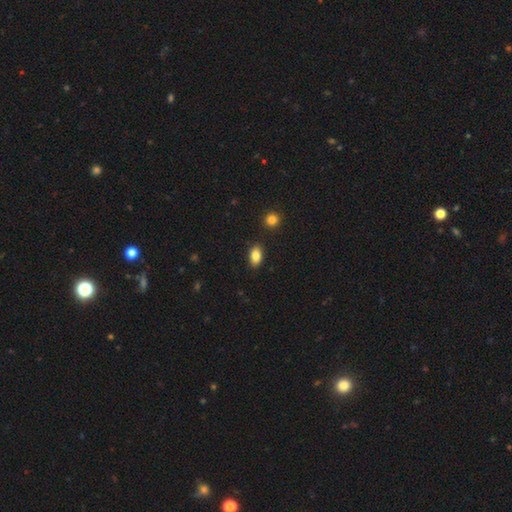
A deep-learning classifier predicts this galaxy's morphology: Smooth or featured? Predicted: smooth (p=0.86). How rounded? Predicted: in between (p=0.90). Merging? Predicted: none (p=0.87).